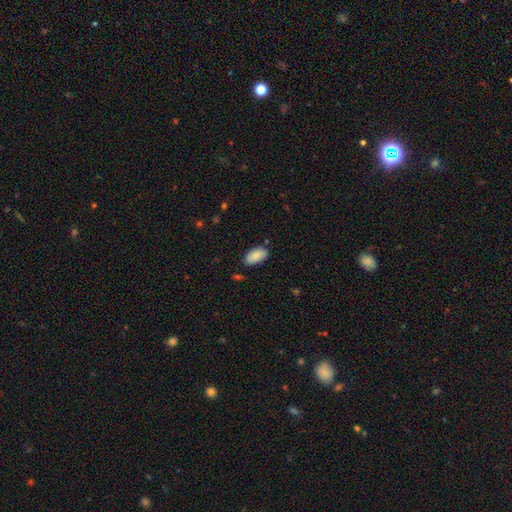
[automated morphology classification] smooth 88%, star or artifact 6%, featured or disk 5%. Down the decision tree: how rounded — in between (95%); merging — none (80%).